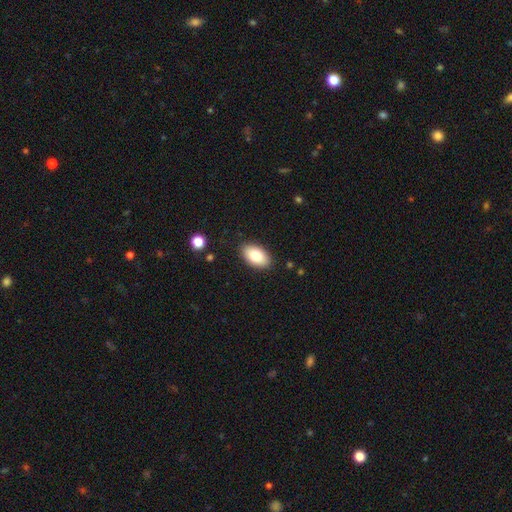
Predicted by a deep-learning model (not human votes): Smooth or featured? Predicted: smooth (p=0.80). How rounded? Predicted: in between (p=0.94). Merging? Predicted: none (p=0.87).